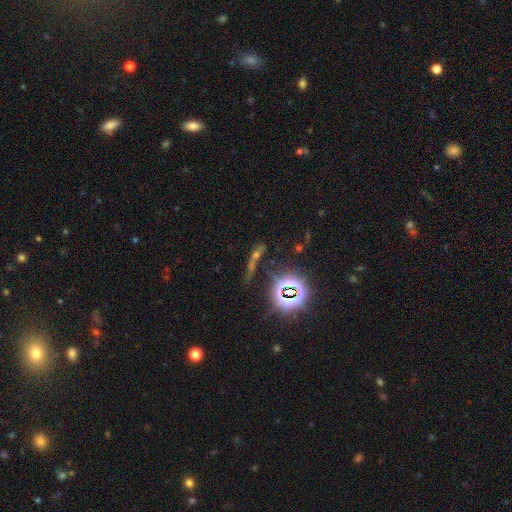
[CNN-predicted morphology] This is possibly a star or artifact rather than a galaxy (54%).